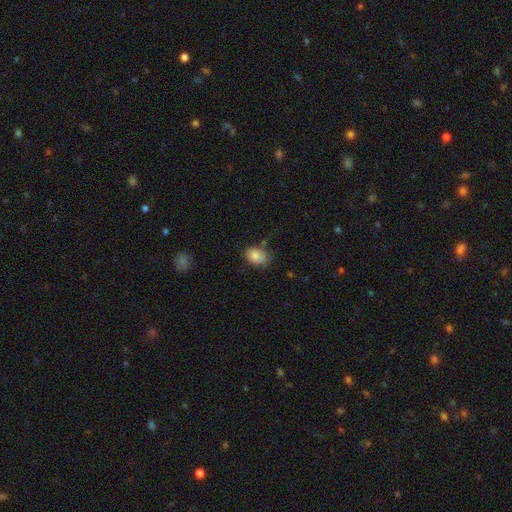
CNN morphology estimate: Smooth or featured? Predicted: smooth (p=0.85). How rounded? Predicted: in between (p=0.79). Merging? Predicted: none (p=0.69).